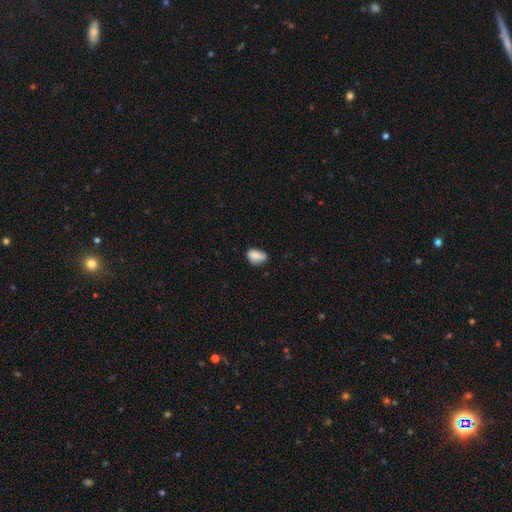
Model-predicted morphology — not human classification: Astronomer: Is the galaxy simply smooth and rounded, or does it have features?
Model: smooth — 80%.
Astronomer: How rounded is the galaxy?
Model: in between — 81%.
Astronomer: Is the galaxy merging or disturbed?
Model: none — 48% (runner-up: minor disturbance, 36%).